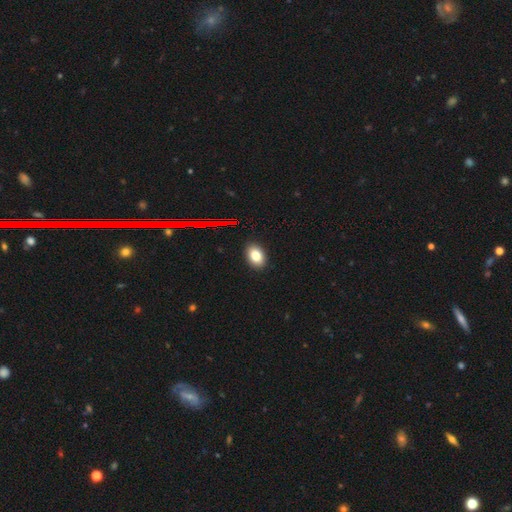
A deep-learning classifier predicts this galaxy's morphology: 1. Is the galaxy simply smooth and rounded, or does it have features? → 81% smooth, 12% star or artifact, 8% featured or disk.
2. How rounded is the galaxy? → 79% in between, 20% round, 1% cigar-shaped.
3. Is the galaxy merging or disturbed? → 90% none, 7% minor disturbance, 2% major disturbance, 1% merger.